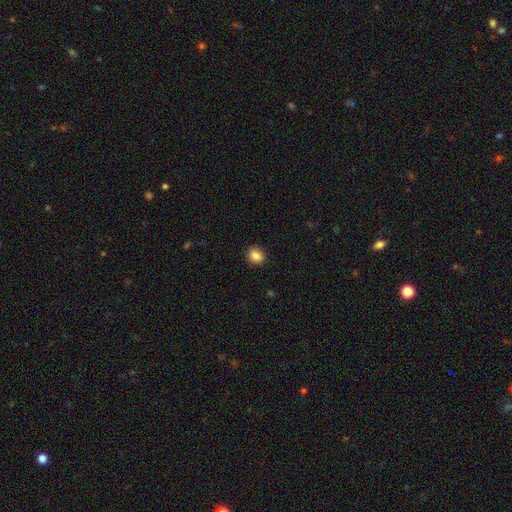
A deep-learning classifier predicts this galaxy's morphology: type=smooth (87%); roundness=in between (52%); merging=none (87%).